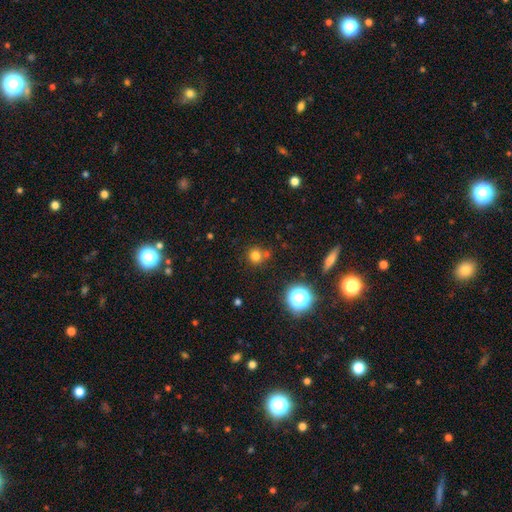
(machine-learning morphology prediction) A smooth galaxy with no disk features (74%) that is round (90%).

Vote fractions:
- Smooth or featured? smooth: 74% / star or artifact: 19% / featured or disk: 7%
- How rounded? round: 90% / in between: 9% / cigar-shaped: 1%
- Merging? none: 69% / merger: 17% / minor disturbance: 10% / major disturbance: 4%